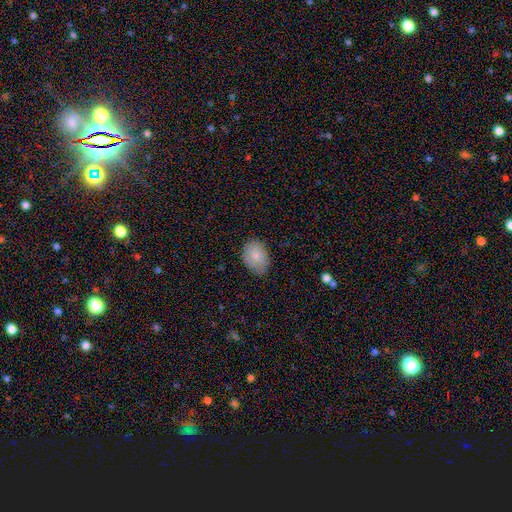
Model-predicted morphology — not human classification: Smooth or featured? smooth (79%)
How rounded? in between (73%)
Merging? none (77%)